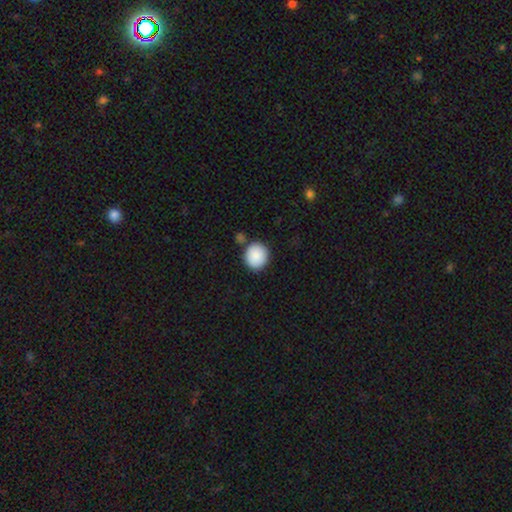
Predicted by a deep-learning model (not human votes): A smooth galaxy with no disk features (88%) that is round (86%). Merging: none (79%).